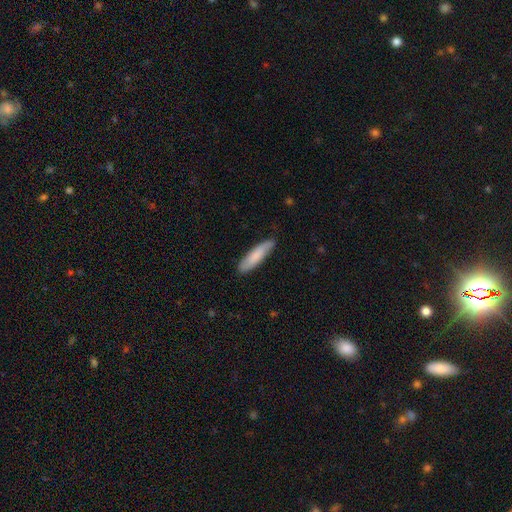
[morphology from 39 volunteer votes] smooth 79%, featured or disk 21%, star or artifact 0%. Down the decision tree: how rounded — cigar-shaped (81%); merging — none (92%).